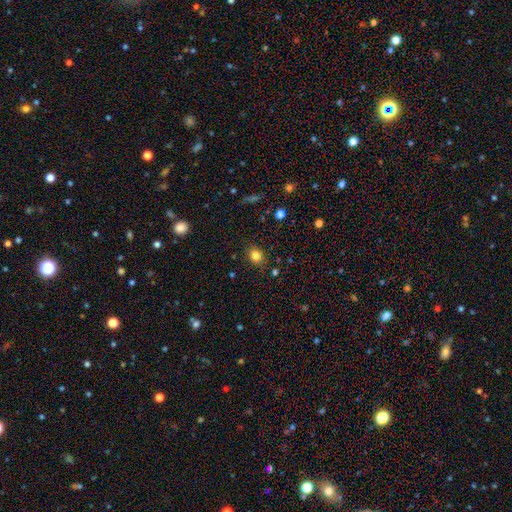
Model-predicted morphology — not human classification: smooth-or-featured: smooth: 81% | star or artifact: 12% | featured or disk: 6%
  how-rounded: round: 55% | in between: 44% | cigar-shaped: 1%
  merging: none: 85% | minor disturbance: 11% | major disturbance: 3% | merger: 2%